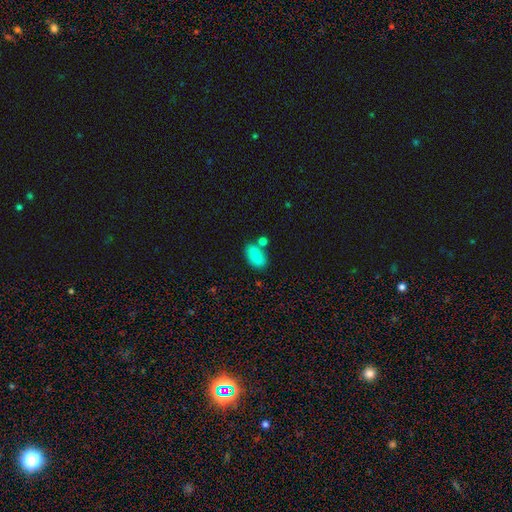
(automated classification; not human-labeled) Overall: smooth (84%). How rounded: in between (92%). Merging: none (68%).